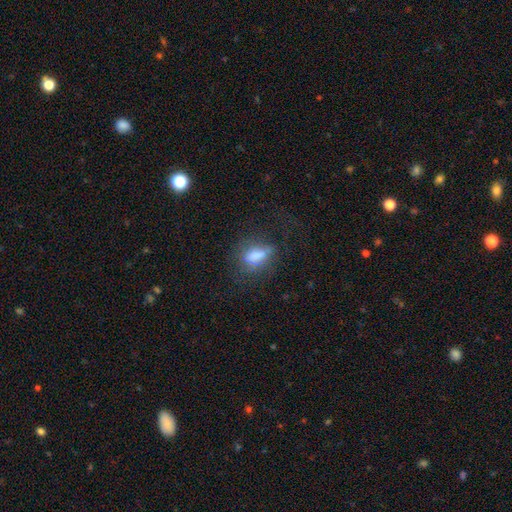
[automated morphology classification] Smooth or featured?
  - smooth: 65% *
  - featured or disk: 22%
  - star or artifact: 14%
How rounded?
  - in between: 72% *
  - cigar-shaped: 16%
  - round: 12%
Merging?
  - none: 53% *
  - minor disturbance: 22%
  - major disturbance: 22%
  - merger: 3%